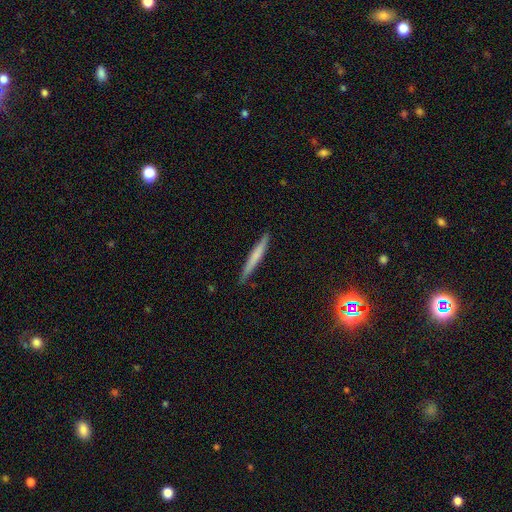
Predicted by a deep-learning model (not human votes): smooth 59%, featured or disk 33%, star or artifact 7%. Down the decision tree: how rounded — cigar-shaped (96%); merging — none (88%).